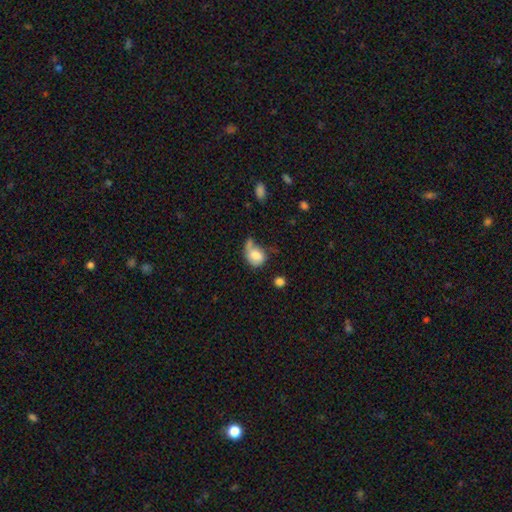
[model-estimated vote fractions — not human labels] Smooth or featured? Predicted: smooth (p=0.67). How rounded? Predicted: in between (p=0.55). Merging? Predicted: none (p=0.30).